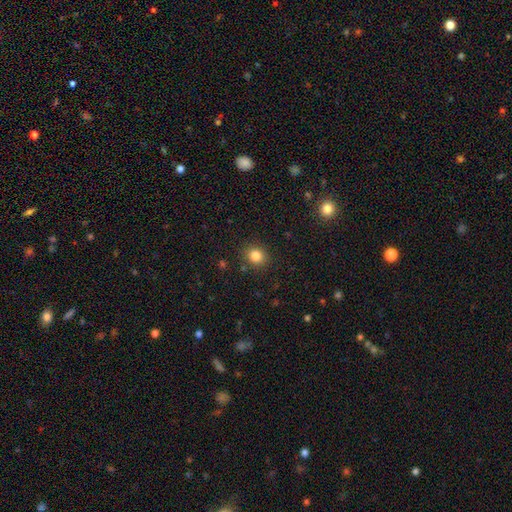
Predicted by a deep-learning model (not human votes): Smooth or featured?
  - smooth: 83% *
  - star or artifact: 12%
  - featured or disk: 5%
How rounded?
  - round: 74% *
  - in between: 25%
  - cigar-shaped: 1%
Merging?
  - none: 88% *
  - minor disturbance: 8%
  - major disturbance: 3%
  - merger: 2%